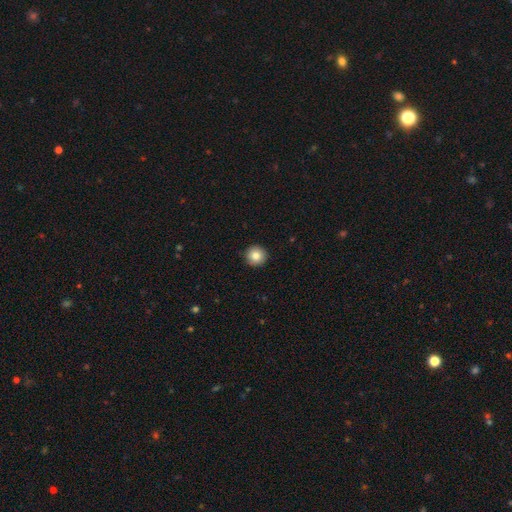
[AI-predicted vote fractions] smooth 84%, star or artifact 9%, featured or disk 8%. Down the decision tree: how rounded — round (95%); merging — none (91%).